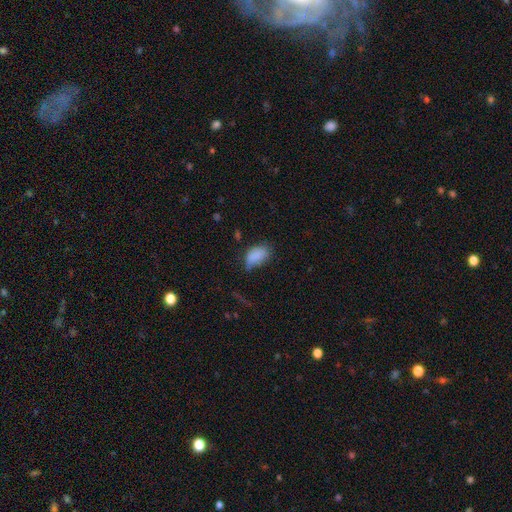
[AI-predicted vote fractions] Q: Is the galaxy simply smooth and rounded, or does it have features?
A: smooth — 84%.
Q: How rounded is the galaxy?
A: in between — 91%.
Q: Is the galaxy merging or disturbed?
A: none — 52%.